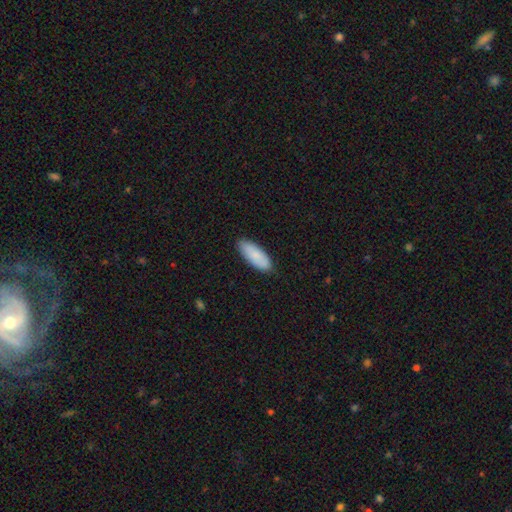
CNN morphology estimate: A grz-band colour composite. It shows a smooth galaxy with no disk features (85%) that is in between round and cigar-shaped (79%). Merging: none (87%).